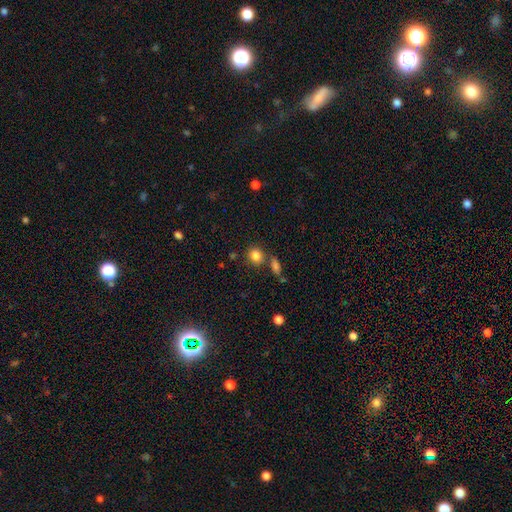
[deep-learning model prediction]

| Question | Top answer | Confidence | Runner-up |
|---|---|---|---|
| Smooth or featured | smooth | 84% | star or artifact (11%) |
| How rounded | round | 80% | in between (19%) |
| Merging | none | 73% | merger (14%) |